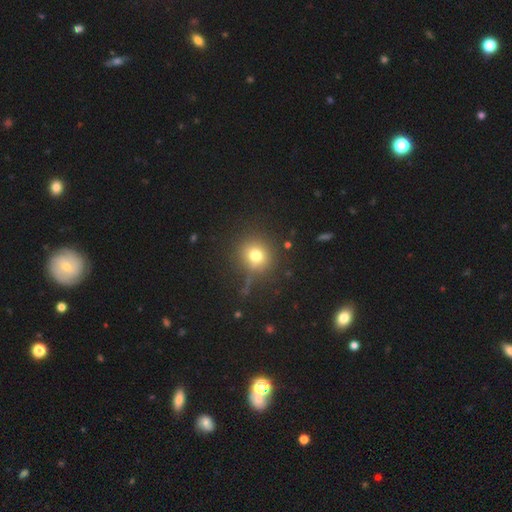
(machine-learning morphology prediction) smooth-or-featured: smooth: 73% | star or artifact: 16% | featured or disk: 11%
  how-rounded: round: 90% | in between: 9% | cigar-shaped: 1%
  merging: none: 79% | minor disturbance: 11% | major disturbance: 6% | merger: 3%